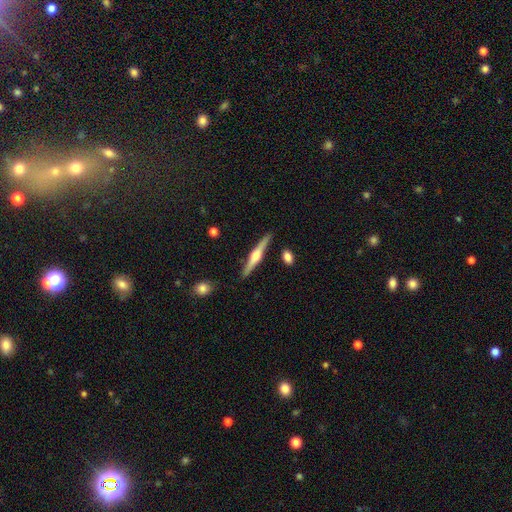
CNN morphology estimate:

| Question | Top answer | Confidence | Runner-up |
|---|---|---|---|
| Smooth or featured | featured or disk | 73% | smooth (22%) |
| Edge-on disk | yes | 98% | no (2%) |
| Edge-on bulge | rounded | 91% | boxy (6%) |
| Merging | none | 89% | minor disturbance (7%) |